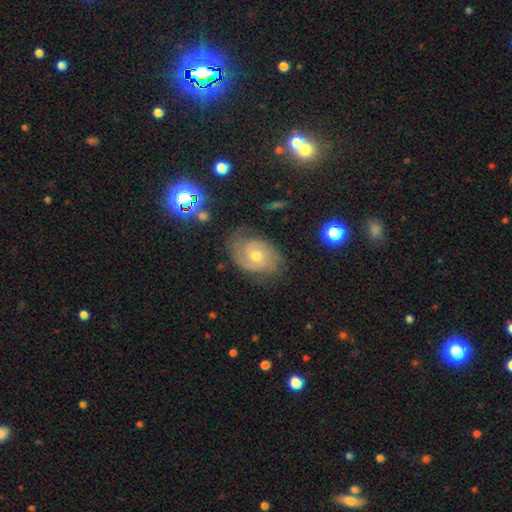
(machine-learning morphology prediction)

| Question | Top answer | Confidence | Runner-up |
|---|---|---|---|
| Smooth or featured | featured or disk | 79% | smooth (11%) |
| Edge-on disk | no | 97% | yes (3%) |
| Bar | no | 66% | weak (29%) |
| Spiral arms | yes | 95% | no (5%) |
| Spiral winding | tight | 56% | medium (36%) |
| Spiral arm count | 2 | 64% | can't tell (17%) |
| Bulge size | moderate | 57% | small (39%) |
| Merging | none | 72% | minor disturbance (19%) |